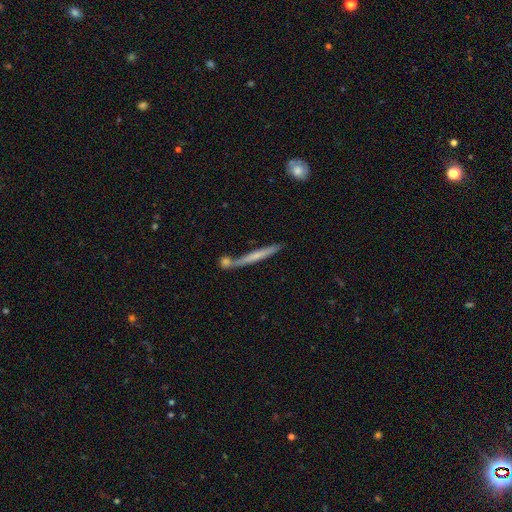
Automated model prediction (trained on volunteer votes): This appears to be a featured or disk galaxy (47%). Merging: none (63%).